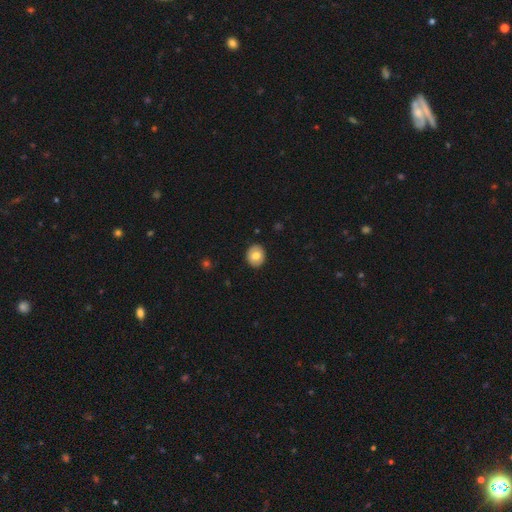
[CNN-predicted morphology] Smooth or featured? smooth (76%)
How rounded? round (69%)
Merging? none (90%)